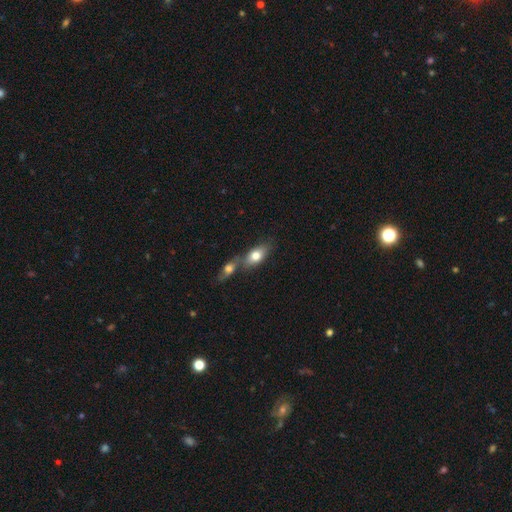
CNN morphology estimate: type=smooth (76%); roundness=in between (85%); merging=merger (53%).